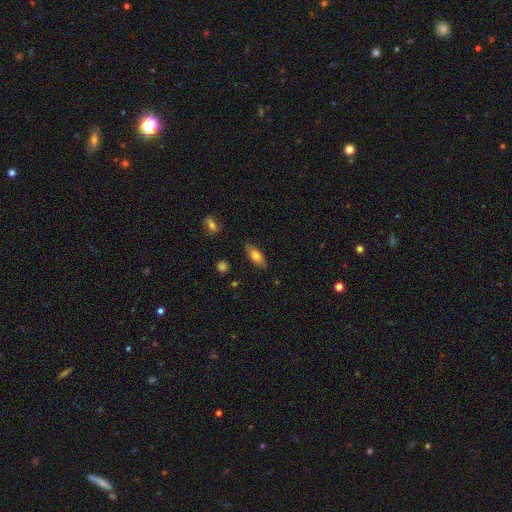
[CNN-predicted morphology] Q: Smooth or featured?
A: smooth (73%); runner-up: featured or disk (19%)
Q: How rounded?
A: in between (82%); runner-up: cigar-shaped (15%)
Q: Merging?
A: none (79%); runner-up: minor disturbance (17%)